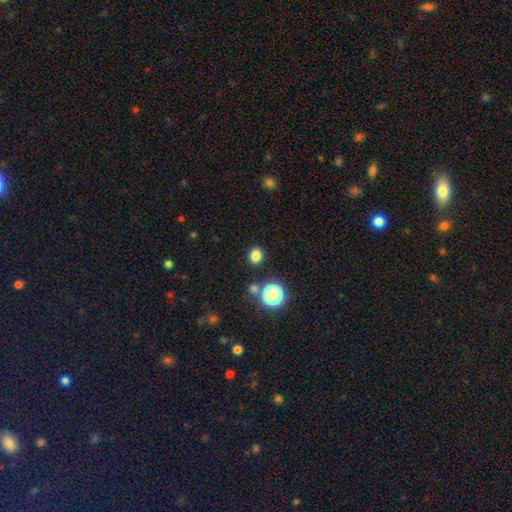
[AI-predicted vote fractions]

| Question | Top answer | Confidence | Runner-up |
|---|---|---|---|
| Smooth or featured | smooth | 80% | star or artifact (16%) |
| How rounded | round | 54% | in between (44%) |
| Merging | none | 85% | minor disturbance (8%) |